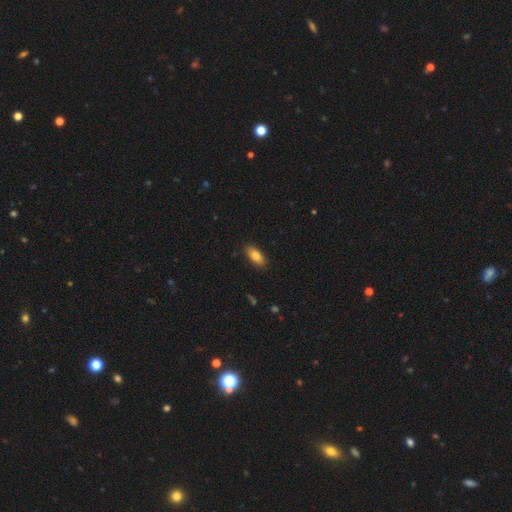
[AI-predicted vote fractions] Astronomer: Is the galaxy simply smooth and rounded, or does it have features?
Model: smooth — 84%.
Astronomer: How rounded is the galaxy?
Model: in between — 88%.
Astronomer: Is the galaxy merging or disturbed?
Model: none — 86%.